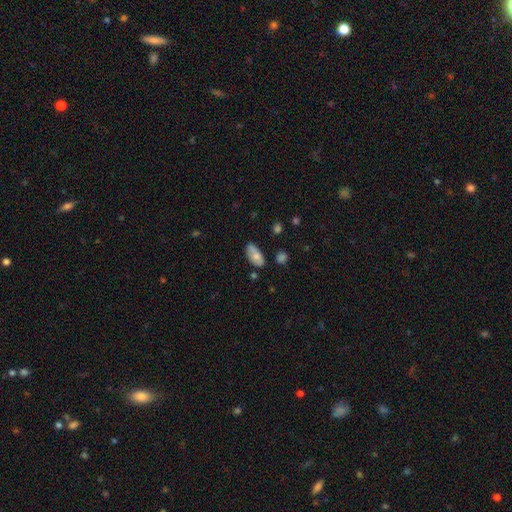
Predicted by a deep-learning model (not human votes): This appears to be a smooth galaxy with no disk features (67%) that is in between round and cigar-shaped (92%). Merging: none (64%).